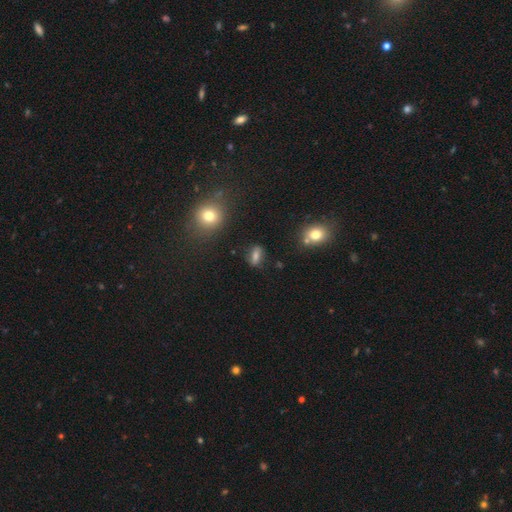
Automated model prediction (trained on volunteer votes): This appears to be a smooth galaxy with no disk features (65%) that is in between round and cigar-shaped (73%). Merging: none (79%).